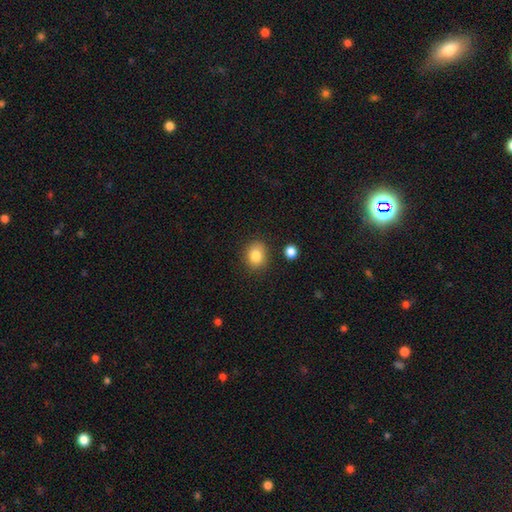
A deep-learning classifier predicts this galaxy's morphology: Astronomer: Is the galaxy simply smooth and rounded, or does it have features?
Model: smooth — 83%.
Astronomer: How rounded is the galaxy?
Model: round — 65%.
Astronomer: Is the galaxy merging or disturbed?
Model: none — 81%.